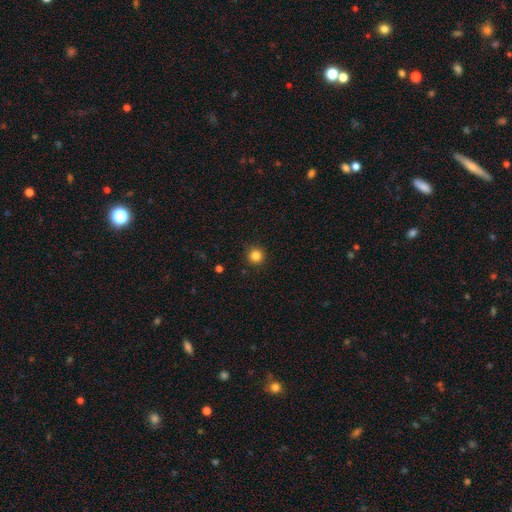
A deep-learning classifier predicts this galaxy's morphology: type=smooth (84%); roundness=round (95%); merging=none (90%).